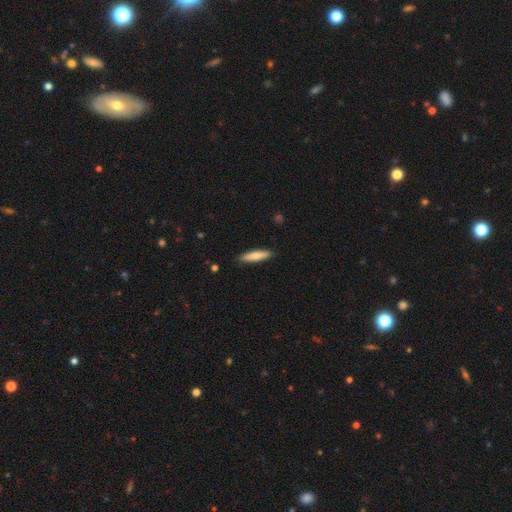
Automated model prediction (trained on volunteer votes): Q: Smooth or featured?
A: smooth (73%); runner-up: featured or disk (21%)
Q: How rounded?
A: cigar-shaped (81%); runner-up: in between (18%)
Q: Merging?
A: none (89%); runner-up: minor disturbance (8%)